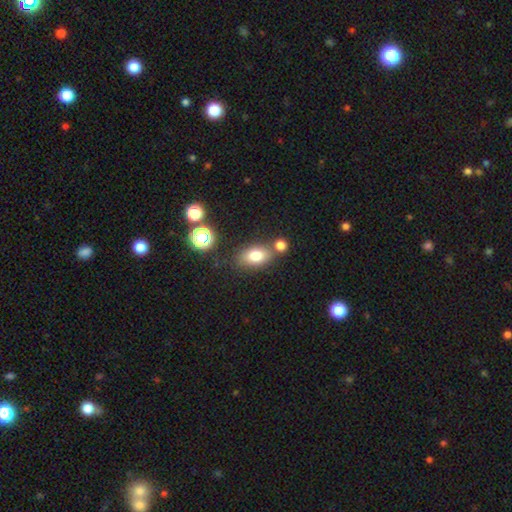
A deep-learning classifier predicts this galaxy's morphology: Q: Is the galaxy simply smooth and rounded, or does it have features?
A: smooth — 76%.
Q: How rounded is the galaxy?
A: in between — 81%.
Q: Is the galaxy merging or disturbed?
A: none — 67%.